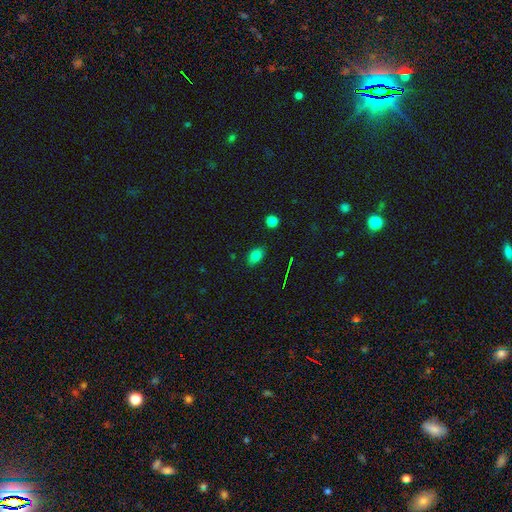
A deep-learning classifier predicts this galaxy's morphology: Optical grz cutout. It shows a smooth galaxy with no disk features (77%) that is in between round and cigar-shaped (82%). Merging: none (84%).